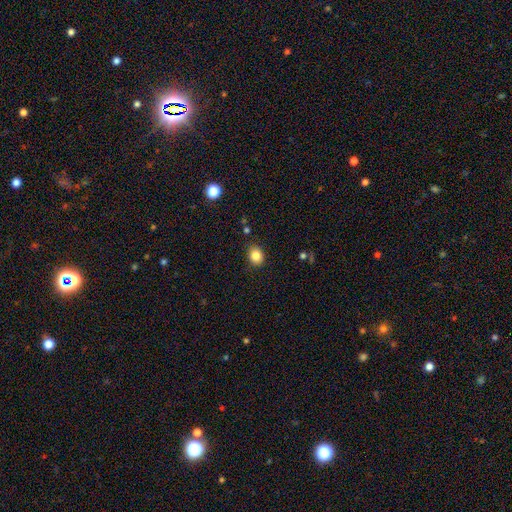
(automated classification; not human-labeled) smooth-or-featured: smooth: 84% | star or artifact: 10% | featured or disk: 6%
  how-rounded: round: 51% | in between: 49% | cigar-shaped: 1%
  merging: none: 84% | minor disturbance: 12% | major disturbance: 2% | merger: 2%